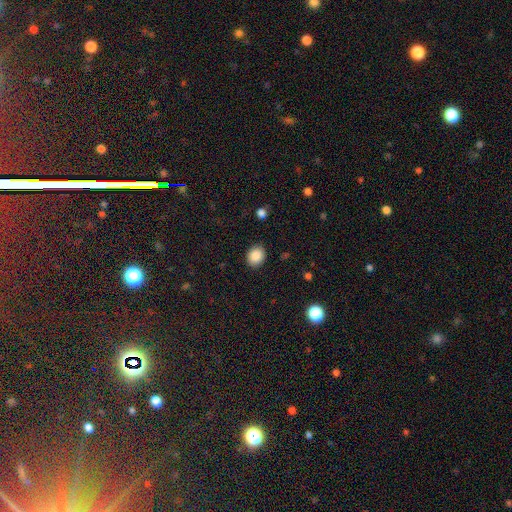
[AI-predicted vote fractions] This is clearly a smooth galaxy (87%). How rounded: likely round (61%). Merging: clearly none (89%).